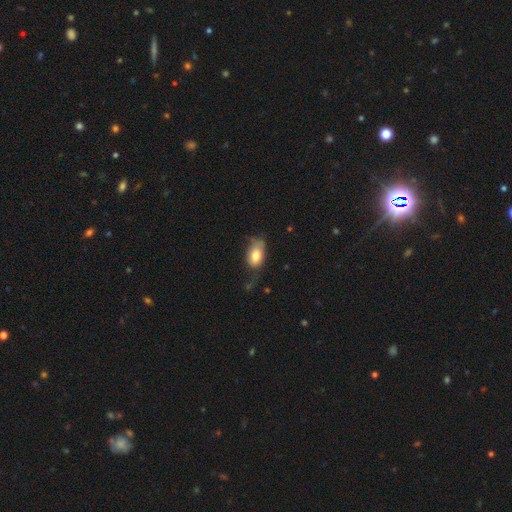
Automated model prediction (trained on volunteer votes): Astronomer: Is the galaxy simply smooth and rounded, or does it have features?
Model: smooth — 78%.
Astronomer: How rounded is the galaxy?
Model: in between — 89%.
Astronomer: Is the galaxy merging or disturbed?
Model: none — 38% (runner-up: minor disturbance, 35%).